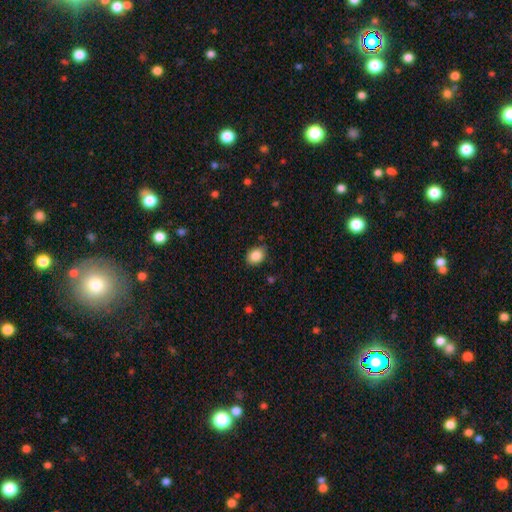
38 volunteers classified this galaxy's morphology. Smooth or featured? 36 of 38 (95%) said smooth. How rounded? 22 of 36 (61%) said in between. Merging? 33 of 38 (87%) said none.